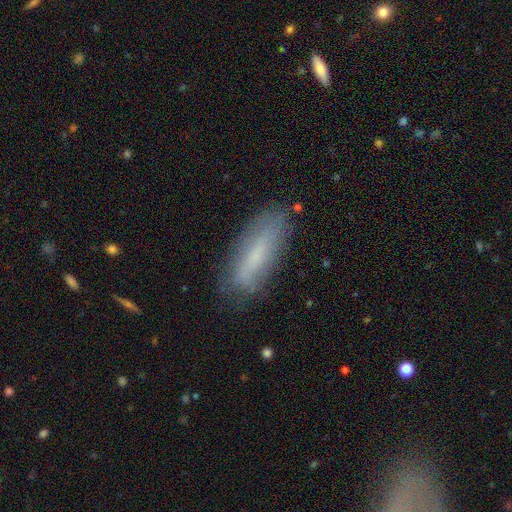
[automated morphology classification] type=smooth (65%); roundness=cigar-shaped (55%); merging=none (76%).